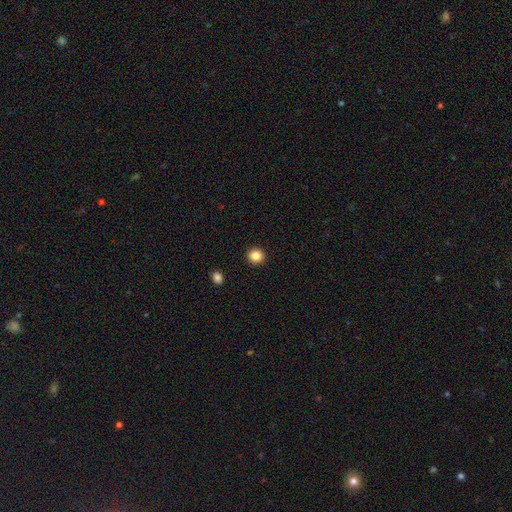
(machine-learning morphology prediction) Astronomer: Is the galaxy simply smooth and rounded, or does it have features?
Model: smooth — 85%.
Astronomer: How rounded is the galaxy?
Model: round — 93%.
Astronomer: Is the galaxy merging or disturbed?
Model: none — 93%.